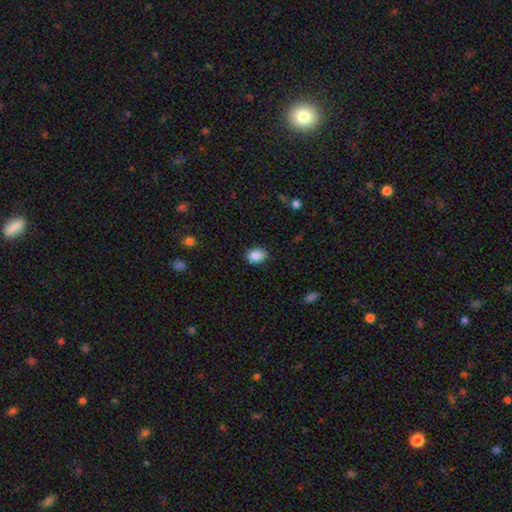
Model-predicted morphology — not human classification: Smooth or featured? smooth (88%)
How rounded? in between (74%)
Merging? none (82%)